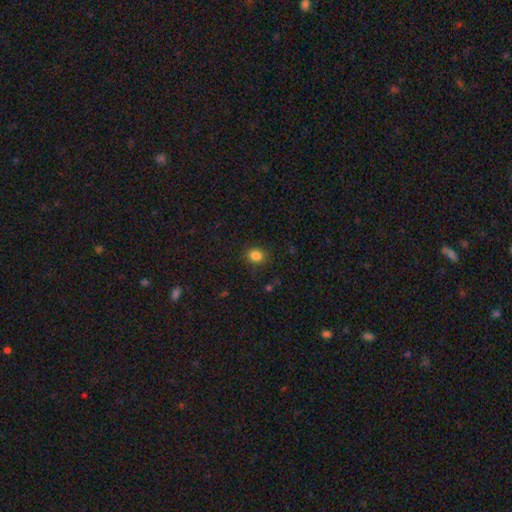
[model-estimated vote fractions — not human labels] A smooth galaxy with no disk features (84%) that is round (63%). Merging: none (85%).